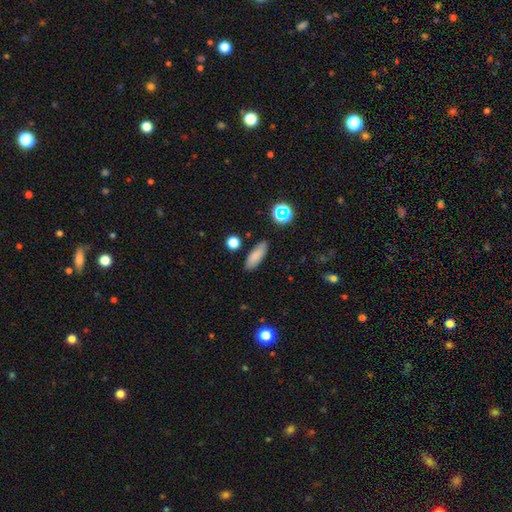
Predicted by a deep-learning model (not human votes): Q: Smooth or featured?
A: smooth (82%); runner-up: star or artifact (10%)
Q: How rounded?
A: in between (64%); runner-up: cigar-shaped (32%)
Q: Merging?
A: none (85%); runner-up: minor disturbance (10%)